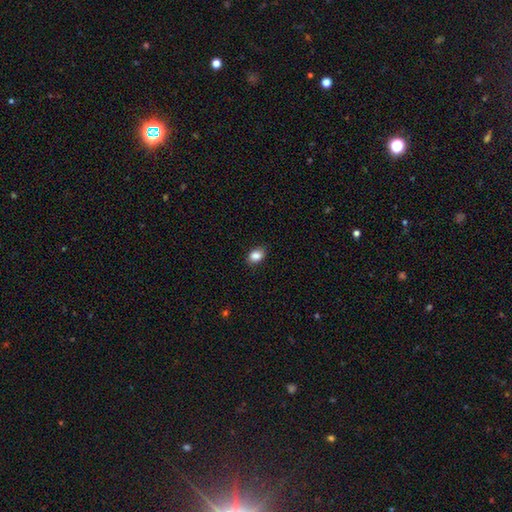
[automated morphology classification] This appears to be a smooth galaxy with no disk features (87%) that is in between round and cigar-shaped (80%). Merging: none (86%).